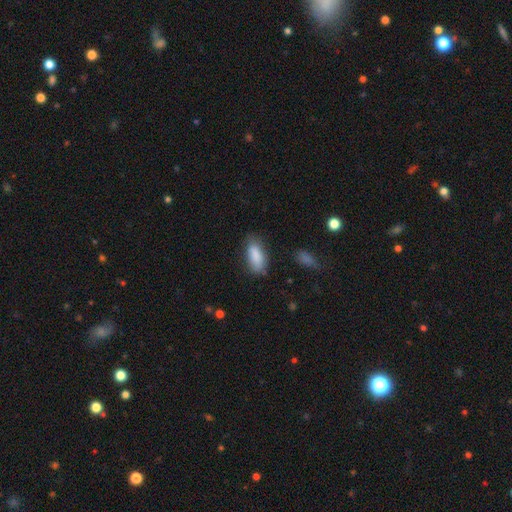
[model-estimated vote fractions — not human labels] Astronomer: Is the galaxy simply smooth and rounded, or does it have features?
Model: smooth — 86%.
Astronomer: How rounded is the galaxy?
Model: in between — 84%.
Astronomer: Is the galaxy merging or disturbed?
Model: none — 67%.